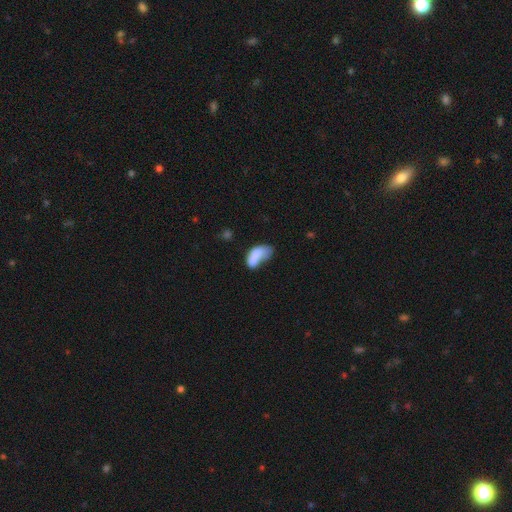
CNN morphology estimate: Smooth or featured? smooth (68%)
How rounded? in between (90%)
Merging? merger (34%)